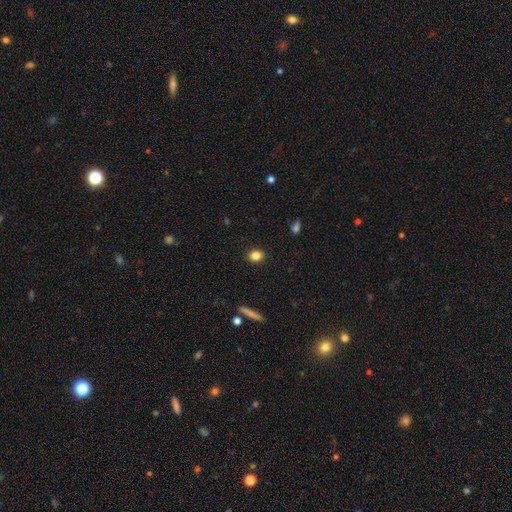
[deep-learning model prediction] smooth-or-featured: smooth: 84% | star or artifact: 10% | featured or disk: 6%
  how-rounded: round: 51% | in between: 47% | cigar-shaped: 2%
  merging: none: 90% | minor disturbance: 7% | major disturbance: 2% | merger: 1%